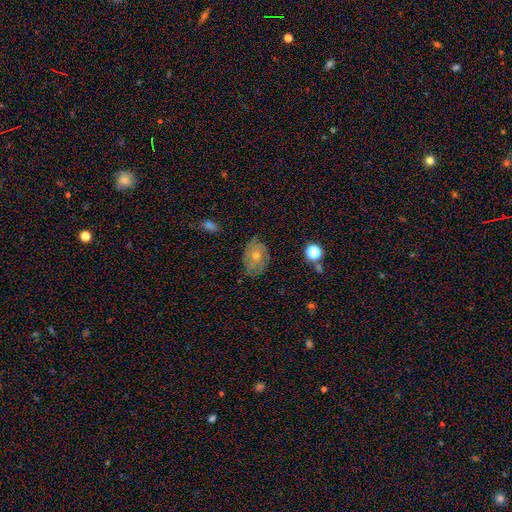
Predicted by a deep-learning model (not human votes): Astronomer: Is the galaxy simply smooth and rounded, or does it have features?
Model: featured or disk — 57%.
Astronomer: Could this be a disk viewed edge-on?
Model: no — 94%.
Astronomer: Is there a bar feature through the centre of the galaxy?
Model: no — 78%.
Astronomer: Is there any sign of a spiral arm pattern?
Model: yes — 73%.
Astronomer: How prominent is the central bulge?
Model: moderate — 54% (runner-up: small, 41%).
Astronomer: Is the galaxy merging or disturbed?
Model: none — 74%.